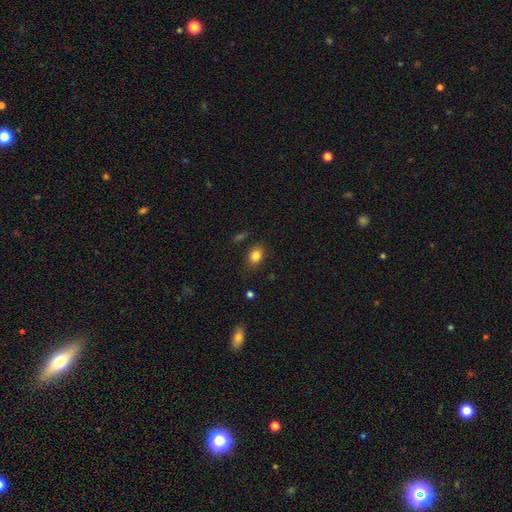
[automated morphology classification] A smooth galaxy with no disk features (84%) that is in between round and cigar-shaped (72%). Merging: none (83%).